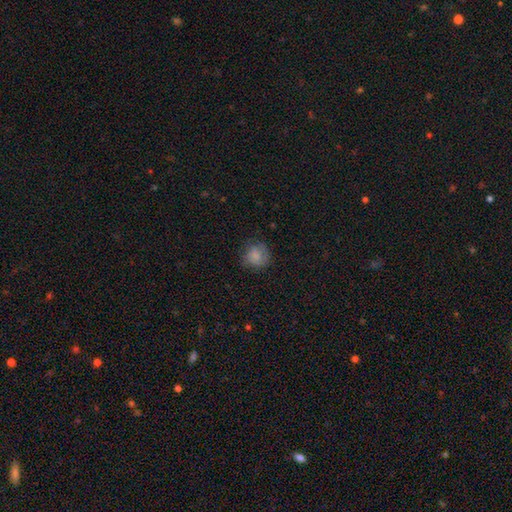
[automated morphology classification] Smooth or featured? smooth (76%)
How rounded? round (83%)
Merging? none (69%)